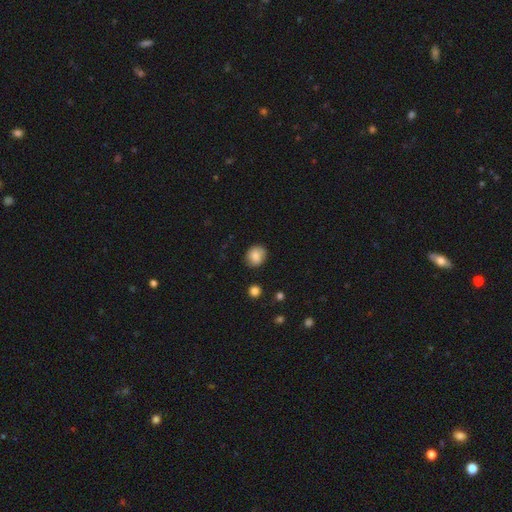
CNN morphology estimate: Smooth or featured? Predicted: smooth (p=0.82). How rounded? Predicted: round (p=0.68). Merging? Predicted: none (p=0.83).